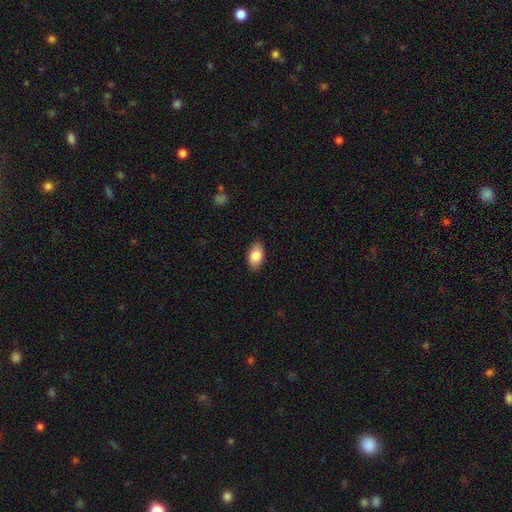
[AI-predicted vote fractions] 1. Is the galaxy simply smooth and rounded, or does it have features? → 86% smooth, 8% featured or disk, 7% star or artifact.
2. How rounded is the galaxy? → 92% in between, 6% round, 2% cigar-shaped.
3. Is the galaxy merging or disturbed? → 87% none, 10% minor disturbance, 2% major disturbance, 1% merger.